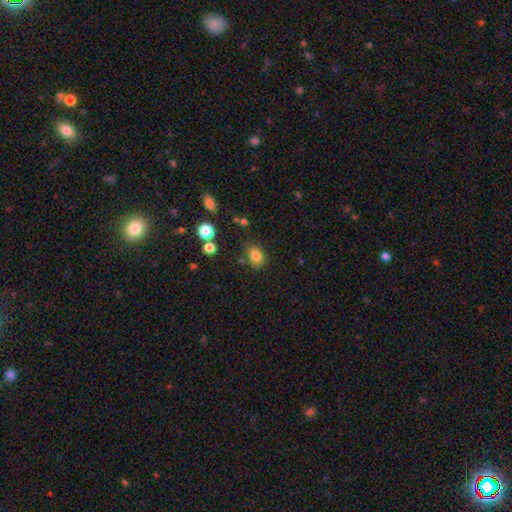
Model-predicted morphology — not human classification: Smooth or featured? smooth (81%)
How rounded? in between (60%)
Merging? none (75%)